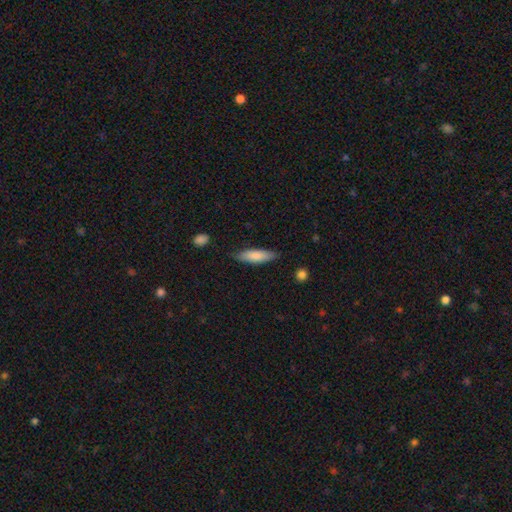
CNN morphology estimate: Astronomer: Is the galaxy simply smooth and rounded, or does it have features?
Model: smooth — 79%.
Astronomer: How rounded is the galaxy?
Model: cigar-shaped — 58% (runner-up: in between, 41%).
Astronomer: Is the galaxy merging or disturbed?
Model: none — 81%.